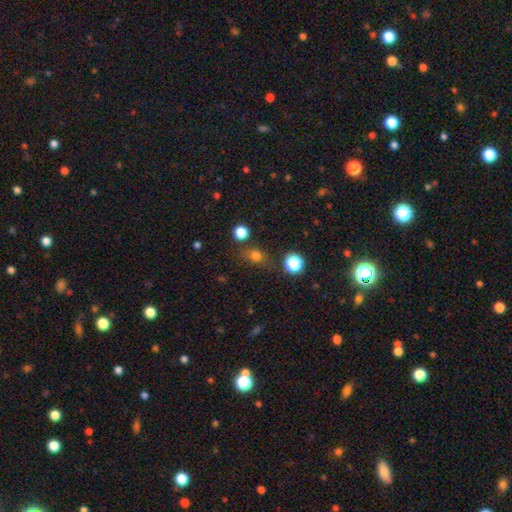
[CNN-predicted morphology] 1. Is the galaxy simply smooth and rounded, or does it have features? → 73% smooth, 19% star or artifact, 8% featured or disk.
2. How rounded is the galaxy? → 63% round, 35% in between, 2% cigar-shaped.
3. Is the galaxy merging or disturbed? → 71% none, 16% minor disturbance, 7% merger, 6% major disturbance.